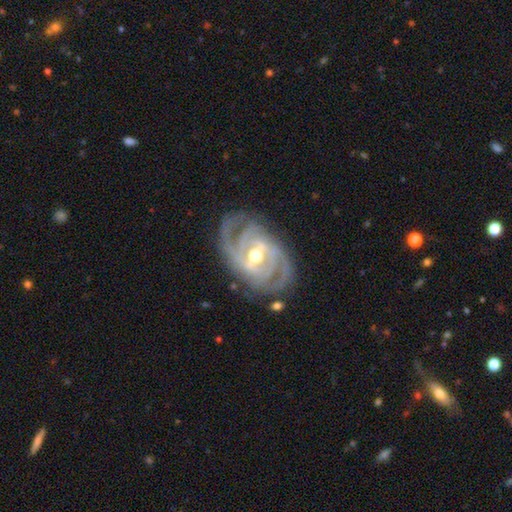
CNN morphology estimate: featured or disk 92%, star or artifact 4%, smooth 4%. Down the decision tree: edge-on disk — no (97%); bar — weak (41%, tied with strong); spiral arms — yes (98%); spiral arm count — 3 (38%); spiral winding — tight (62%); bulge size — moderate (70%); merging — none (76%).